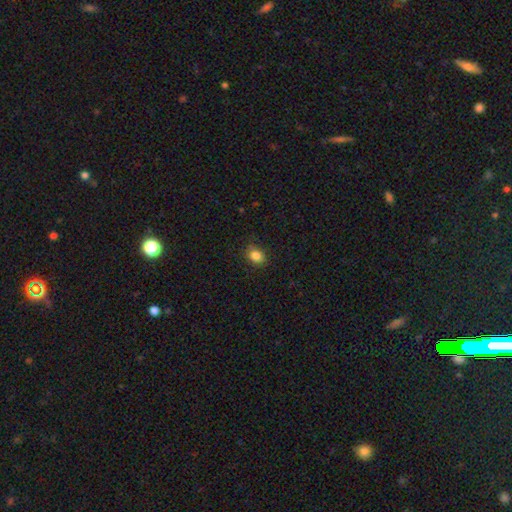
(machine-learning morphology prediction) Overall: smooth (85%). How rounded: round (50%; in between 49%). Merging: none (84%).